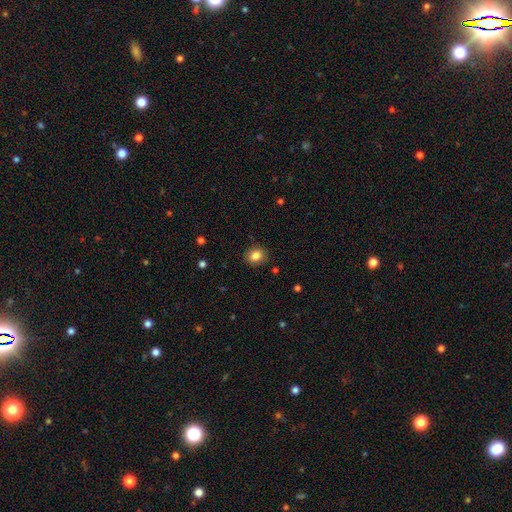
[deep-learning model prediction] A smooth galaxy with no disk features (84%) that is round (70%). Merging: none (88%).